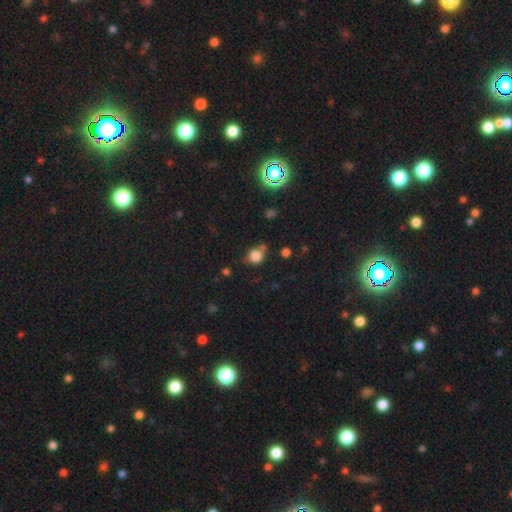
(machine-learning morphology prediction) Smooth or featured?
  - smooth: 80% *
  - star or artifact: 14%
  - featured or disk: 6%
How rounded?
  - round: 82% *
  - in between: 17%
  - cigar-shaped: 1%
Merging?
  - none: 61% *
  - minor disturbance: 20%
  - merger: 14%
  - major disturbance: 6%